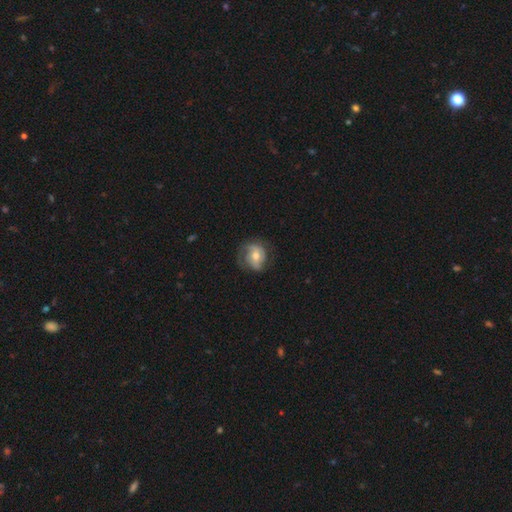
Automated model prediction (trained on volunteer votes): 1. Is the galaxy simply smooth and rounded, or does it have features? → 55% featured or disk, 38% smooth, 7% star or artifact.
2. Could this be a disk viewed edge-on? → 97% no, 3% yes.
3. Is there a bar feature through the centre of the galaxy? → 54% no, 33% weak, 13% strong.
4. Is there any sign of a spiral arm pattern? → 78% yes, 22% no.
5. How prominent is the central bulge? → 65% moderate, 27% small, 6% large, 1% none, 1% dominant.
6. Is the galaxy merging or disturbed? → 62% none, 24% minor disturbance, 14% major disturbance, 1% merger.